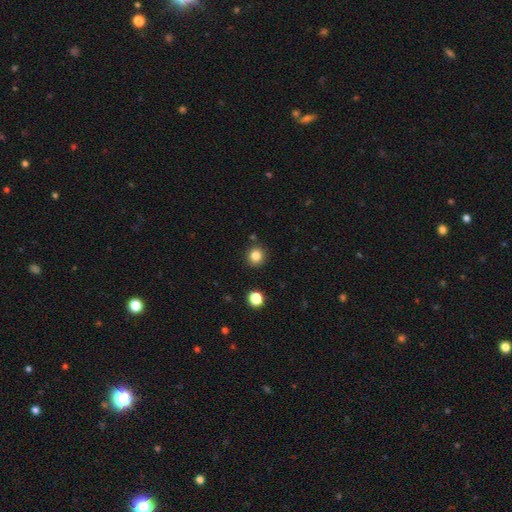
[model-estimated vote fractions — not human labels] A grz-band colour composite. It shows a smooth galaxy with no disk features (83%) that is round (90%). Merging: none (88%).